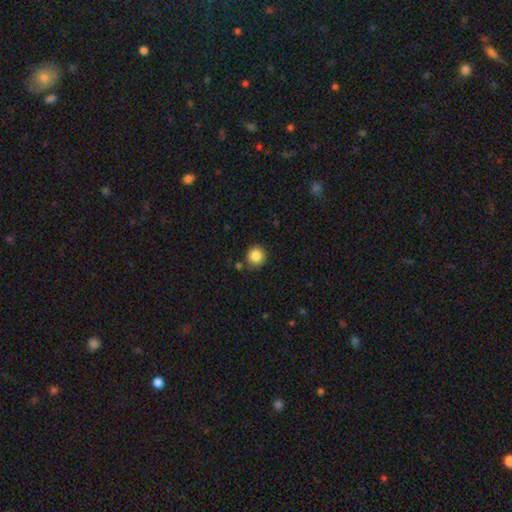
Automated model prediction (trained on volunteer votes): The model was most divided on "smooth or featured": smooth: 85%, star or artifact: 10%, featured or disk: 5%. More confident: how rounded — round (93%); merging — none (85%).